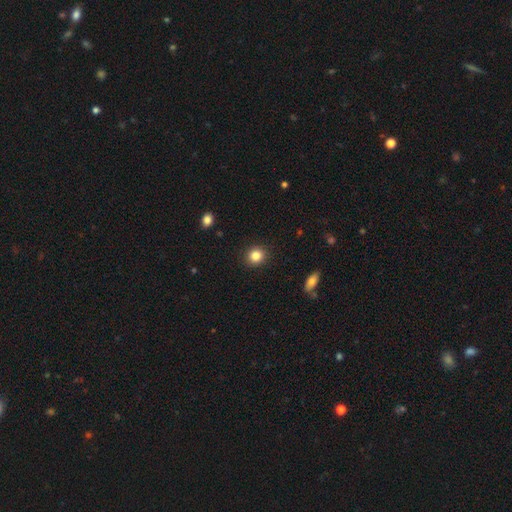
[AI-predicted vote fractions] The model was most divided on "how rounded": round: 84%, in between: 15%, cigar-shaped: 1%. More confident: merging — none (91%); smooth or featured — smooth (85%).